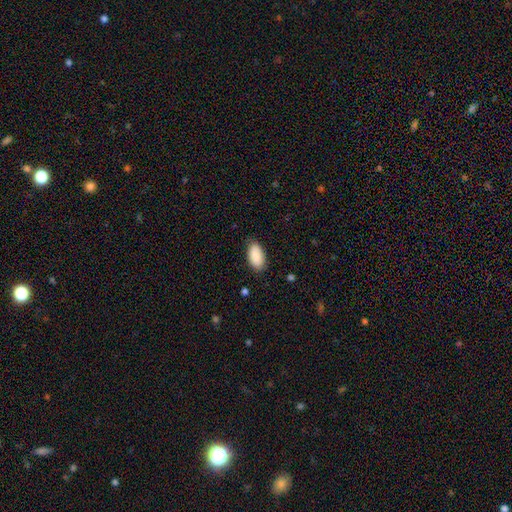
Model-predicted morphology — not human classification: Smooth or featured? smooth (88%)
How rounded? in between (95%)
Merging? none (82%)